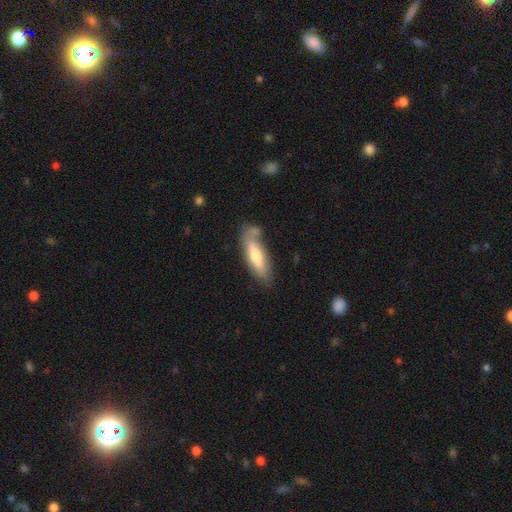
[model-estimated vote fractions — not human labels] Smooth or featured: smooth — 60% (featured or disk — 34%)
How rounded: cigar-shaped — 56% (in between — 42%)
Merging: none — 58% (minor disturbance — 22%)